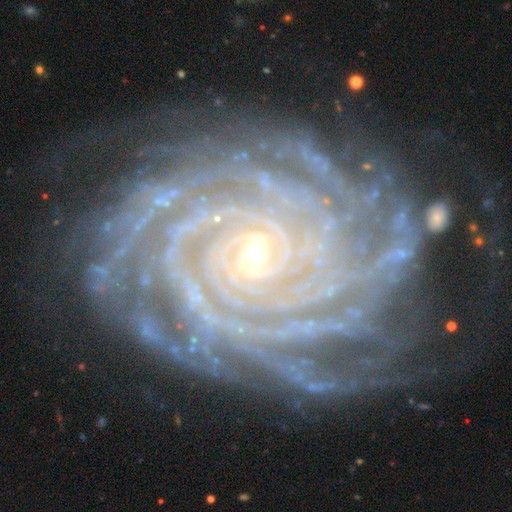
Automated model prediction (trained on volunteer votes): Smooth or featured?
  - featured or disk: 92% *
  - star or artifact: 5%
  - smooth: 3%
Edge-on disk?
  - no: 97% *
  - yes: 3%
Bar?
  - no: 57% *
  - weak: 27%
  - strong: 16%
Spiral arms?
  - yes: 99% *
  - no: 1%
Spiral winding?
  - tight: 88% *
  - medium: 10%
  - loose: 2%
Spiral arm count?
  - more than 4: 39% *
  - 4: 19%
  - can't tell: 15%
  - 3: 10%
  - 2: 9%
  - 1: 8%
Bulge size?
  - small: 76% *
  - moderate: 21%
  - large: 1%
  - none: 1%
  - dominant: 1%
Merging?
  - none: 77% *
  - minor disturbance: 16%
  - major disturbance: 6%
  - merger: 2%